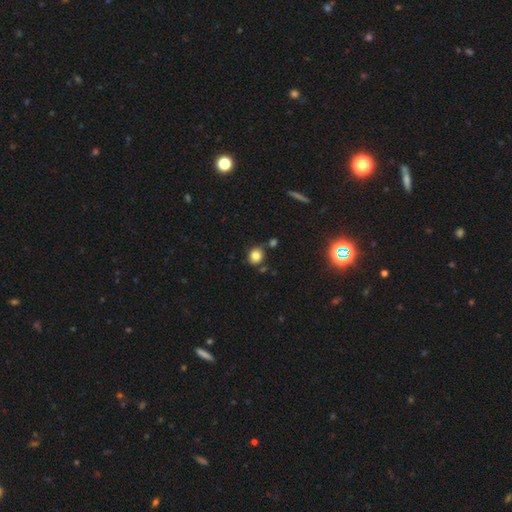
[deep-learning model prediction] A smooth galaxy with no disk features (81%) that is round (73%).

Vote fractions:
- Smooth or featured? smooth: 81% / star or artifact: 11% / featured or disk: 7%
- How rounded? round: 73% / in between: 26% / cigar-shaped: 1%
- Merging? none: 73% / minor disturbance: 14% / merger: 10% / major disturbance: 3%